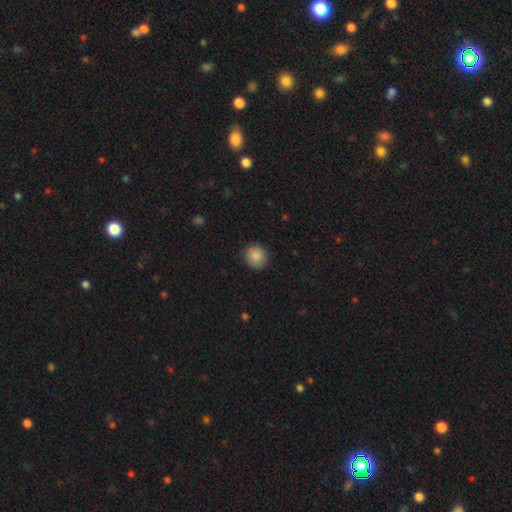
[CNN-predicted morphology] smooth-or-featured: smooth: 87% | star or artifact: 8% | featured or disk: 5%
  how-rounded: round: 88% | in between: 11% | cigar-shaped: 1%
  merging: none: 88% | minor disturbance: 9% | major disturbance: 2% | merger: 1%